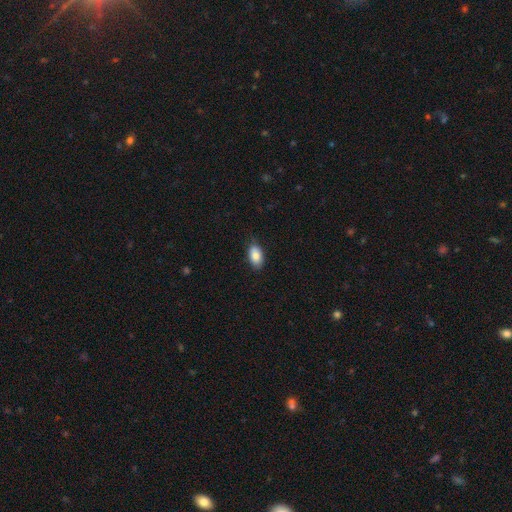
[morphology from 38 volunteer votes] smooth-or-featured: smooth: 87% | featured or disk: 8% | star or artifact: 5%
  how-rounded: in between: 88% | round: 6% | cigar-shaped: 6%
  merging: none: 67% | minor disturbance: 25% | major disturbance: 6% | merger: 3%